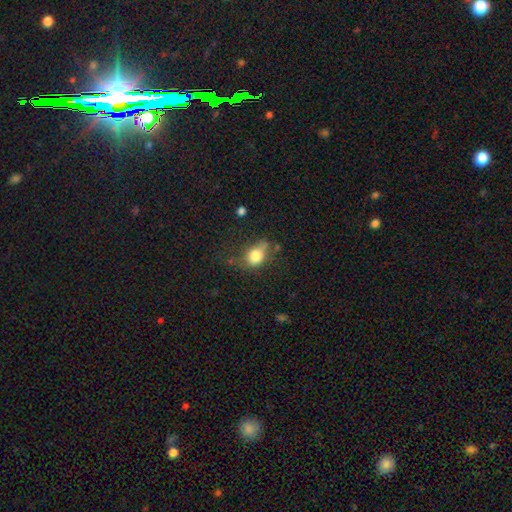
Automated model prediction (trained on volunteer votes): Smooth or featured? smooth (78%)
How rounded? in between (57%)
Merging? none (44%)